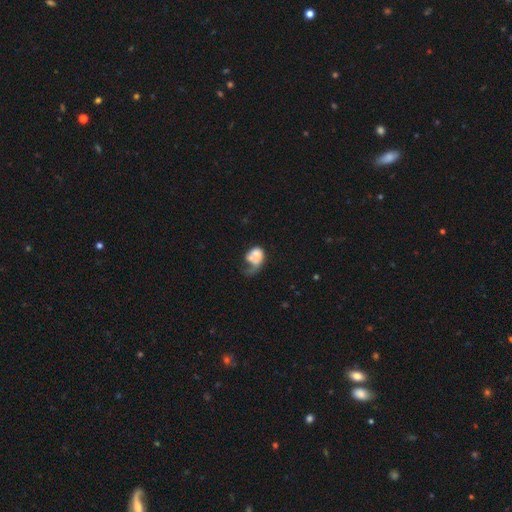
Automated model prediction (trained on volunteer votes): smooth 50%, featured or disk 41%, star or artifact 9%. Down the decision tree: merging — major disturbance (44%).